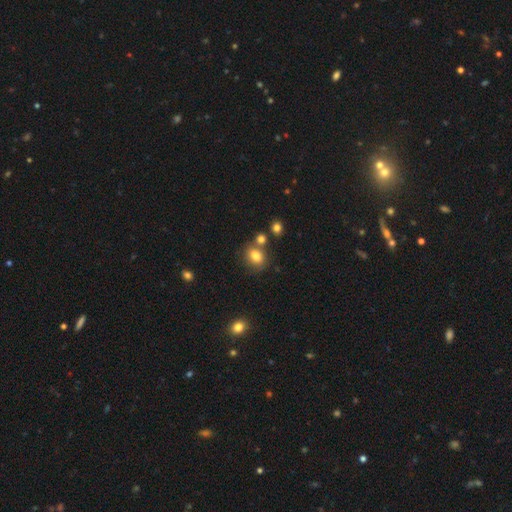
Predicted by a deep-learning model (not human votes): smooth-or-featured: smooth: 81% | star or artifact: 11% | featured or disk: 8%
  how-rounded: in between: 52% | round: 47% | cigar-shaped: 1%
  merging: none: 64% | merger: 18% | minor disturbance: 14% | major disturbance: 4%